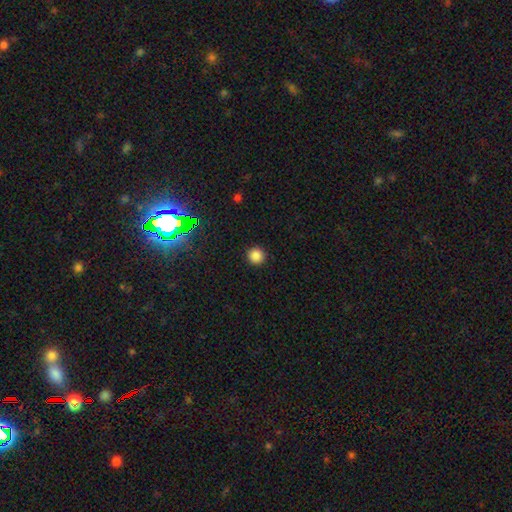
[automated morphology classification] The model was most divided on "smooth or featured": smooth: 84%, star or artifact: 12%, featured or disk: 3%. More confident: how rounded — round (95%); merging — none (92%).